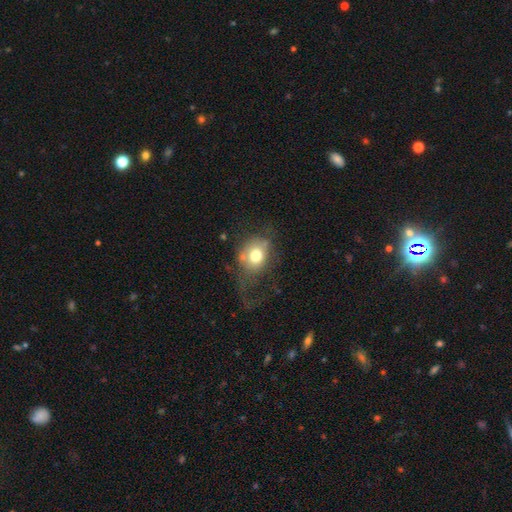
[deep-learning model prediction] Overall: smooth (68%). How rounded: round (59%; in between 40%). Merging: major disturbance (37%; none 36%).